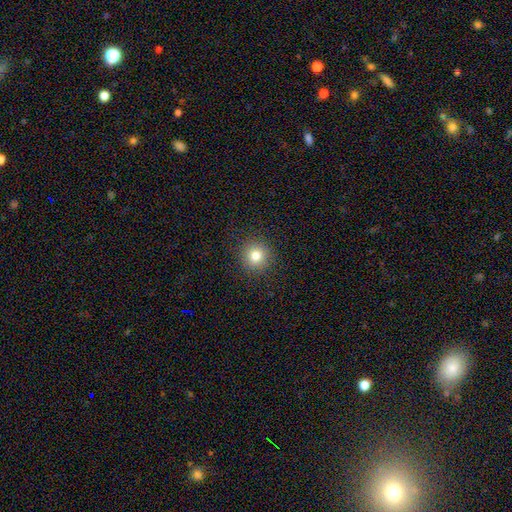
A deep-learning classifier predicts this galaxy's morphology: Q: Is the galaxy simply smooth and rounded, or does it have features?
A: smooth — 80%.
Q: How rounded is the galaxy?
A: round — 94%.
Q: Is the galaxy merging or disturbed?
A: none — 91%.